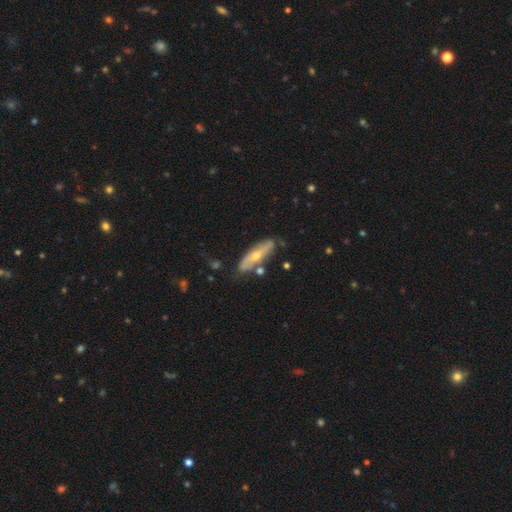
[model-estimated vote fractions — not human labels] Smooth or featured? Predicted: featured or disk (p=0.58). Edge-on disk? Predicted: no (p=0.52). Merging? Predicted: none (p=0.76).